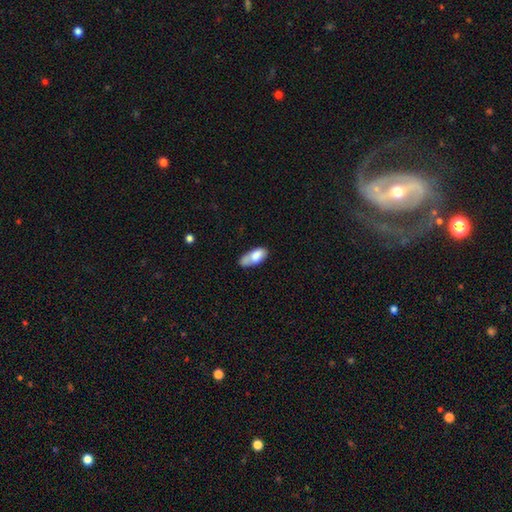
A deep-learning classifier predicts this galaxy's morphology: smooth_or_featured: smooth (p=0.78) [alt: featured or disk p=0.15]
how_rounded: in between (p=0.86) [alt: cigar-shaped p=0.12]
merging: none (p=0.42) [alt: minor disturbance p=0.33]